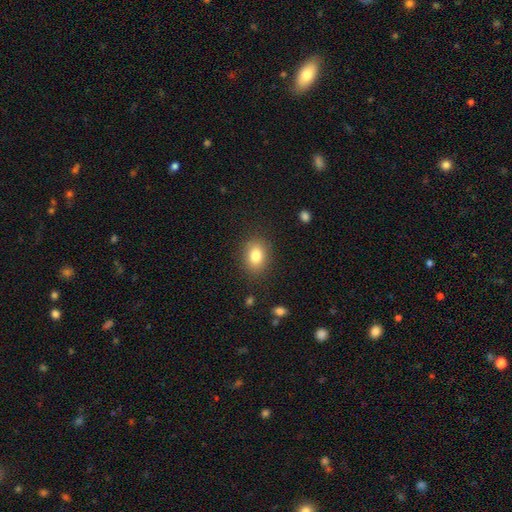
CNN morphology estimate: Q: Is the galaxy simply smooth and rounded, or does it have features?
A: smooth — 82%.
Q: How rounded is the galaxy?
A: in between — 67%.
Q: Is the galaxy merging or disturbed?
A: none — 85%.